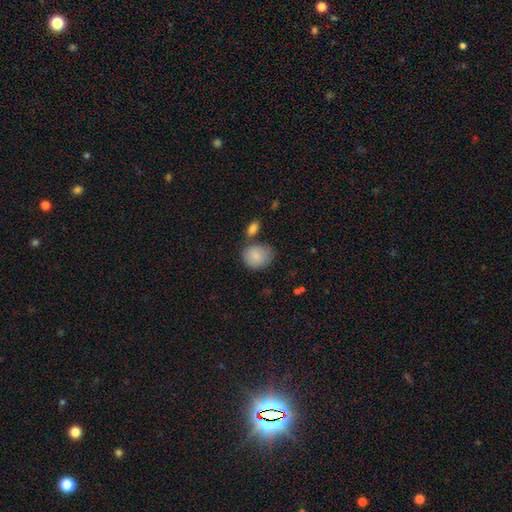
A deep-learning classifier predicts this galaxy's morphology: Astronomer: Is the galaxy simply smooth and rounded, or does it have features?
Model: smooth — 85%.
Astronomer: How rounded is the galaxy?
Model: round — 68%.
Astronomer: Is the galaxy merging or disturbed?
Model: none — 60%.